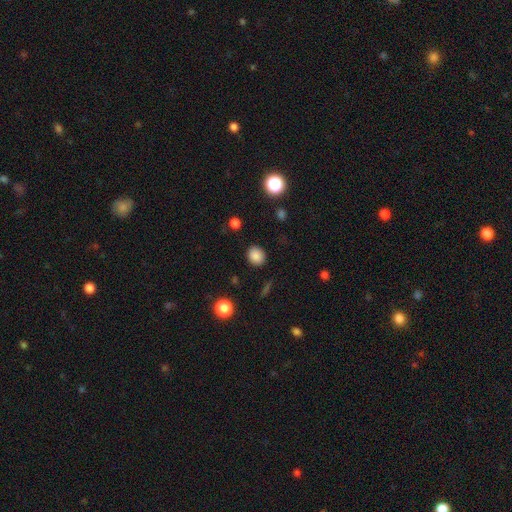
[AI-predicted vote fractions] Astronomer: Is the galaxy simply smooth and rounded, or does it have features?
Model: smooth — 85%.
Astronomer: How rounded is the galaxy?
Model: round — 65%.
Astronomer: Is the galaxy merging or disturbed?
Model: none — 88%.